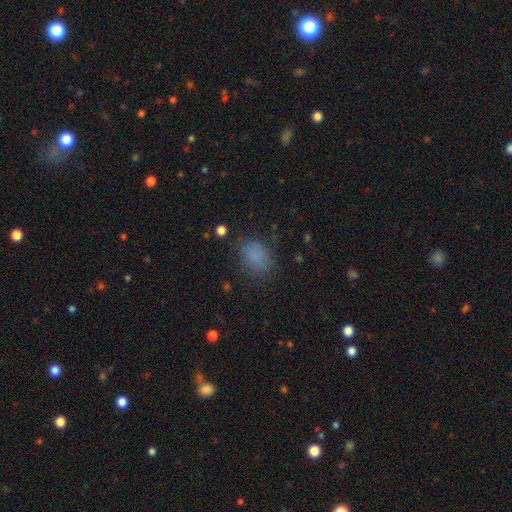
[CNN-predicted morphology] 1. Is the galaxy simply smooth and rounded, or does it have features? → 79% smooth, 14% star or artifact, 7% featured or disk.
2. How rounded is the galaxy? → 62% in between, 37% round, 1% cigar-shaped.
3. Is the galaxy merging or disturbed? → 73% none, 17% minor disturbance, 8% major disturbance, 2% merger.